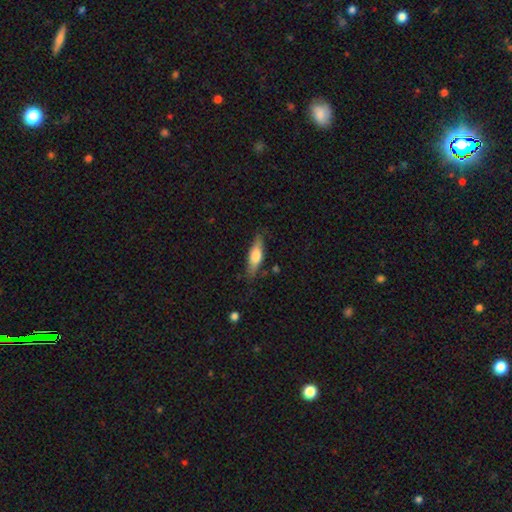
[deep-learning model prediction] A smooth galaxy with no disk features (59%) that is cigar-shaped (55%).

Vote fractions:
- Smooth or featured? smooth: 59% / featured or disk: 35% / star or artifact: 6%
- How rounded? cigar-shaped: 55% / in between: 43% / round: 2%
- Merging? none: 80% / minor disturbance: 15% / major disturbance: 3% / merger: 2%